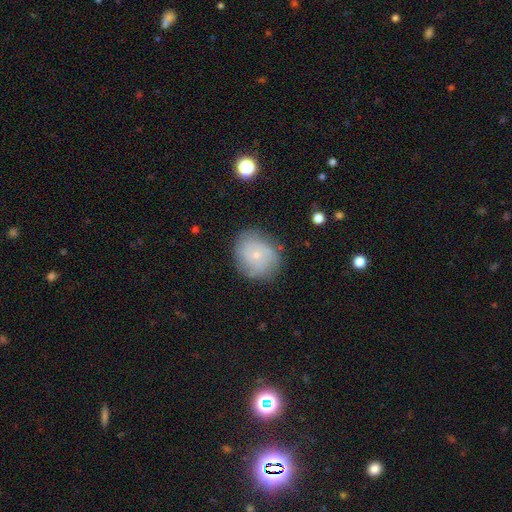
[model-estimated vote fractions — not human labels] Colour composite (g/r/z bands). It shows a featured or disk galaxy (47%). Merging: none (74%).